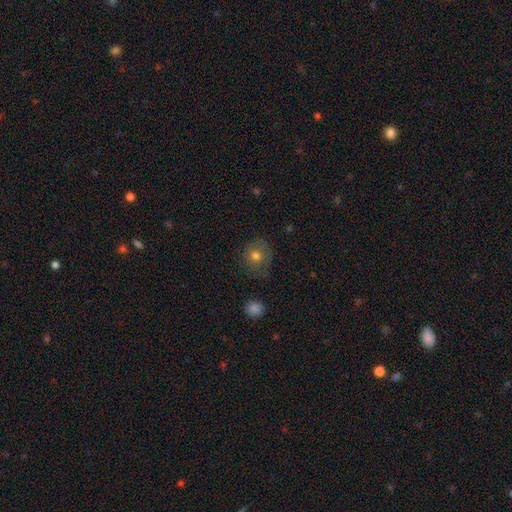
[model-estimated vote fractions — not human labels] Smooth or featured?
  - smooth: 72% *
  - featured or disk: 17%
  - star or artifact: 12%
How rounded?
  - round: 87% *
  - in between: 12%
  - cigar-shaped: 1%
Merging?
  - none: 76% *
  - minor disturbance: 17%
  - major disturbance: 6%
  - merger: 2%